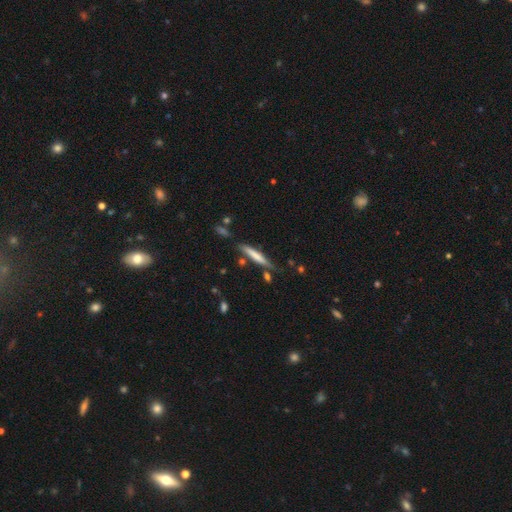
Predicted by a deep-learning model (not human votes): Smooth or featured? Predicted: smooth (p=0.59). How rounded? Predicted: cigar-shaped (p=0.92). Merging? Predicted: none (p=0.73).